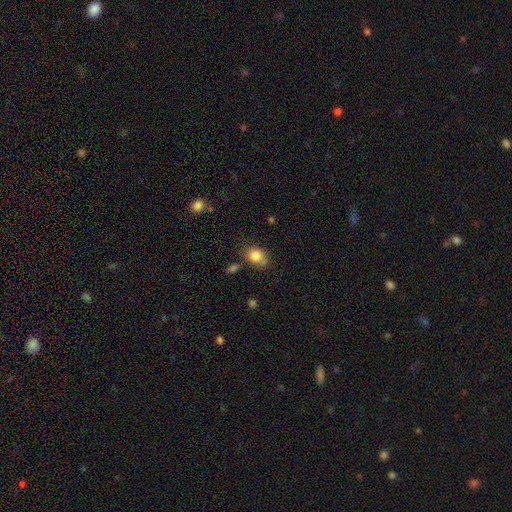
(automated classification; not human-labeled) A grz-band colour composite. It shows a smooth galaxy with no disk features (83%) that is in between round and cigar-shaped (62%). Merging: none (62%).